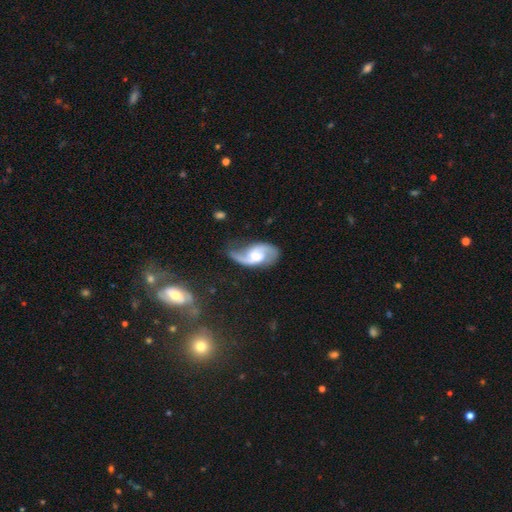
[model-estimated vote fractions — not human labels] Smooth or featured? Predicted: featured or disk (p=0.87). Edge-on disk? Predicted: no (p=0.97). Bar? Predicted: weak (p=0.45). Spiral arms? Predicted: yes (p=0.97). Spiral winding? Predicted: loose (p=0.46). Spiral arm count? Predicted: 2 (p=0.91). Bulge size? Predicted: moderate (p=0.43). Merging? Predicted: none (p=0.64).